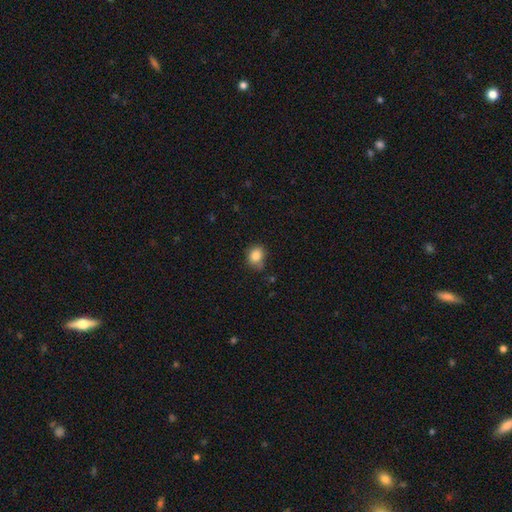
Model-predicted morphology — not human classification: This is clearly a smooth galaxy (84%). How rounded: likely round (61%). Merging: likely none (65%).